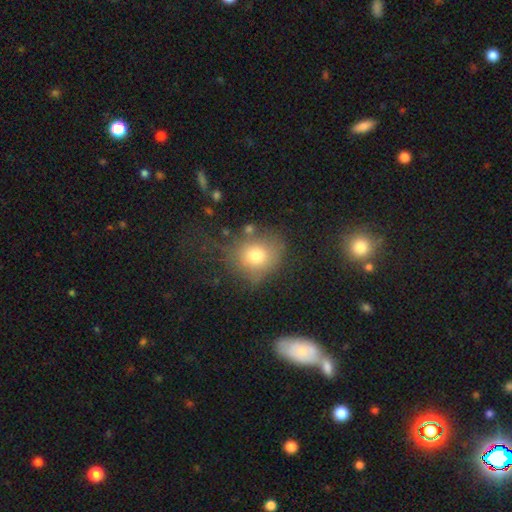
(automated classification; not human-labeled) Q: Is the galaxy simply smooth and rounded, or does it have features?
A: smooth — 76%.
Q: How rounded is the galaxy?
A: round — 73%.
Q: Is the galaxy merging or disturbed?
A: none — 60%.